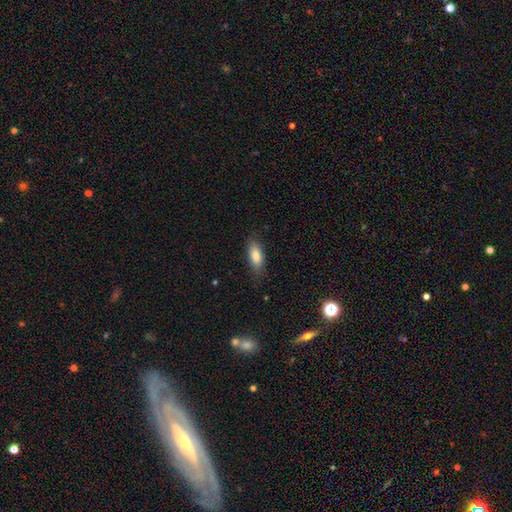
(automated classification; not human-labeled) This is clearly a smooth galaxy (83%). How rounded: likely in between (78%). Merging: clearly none (82%).